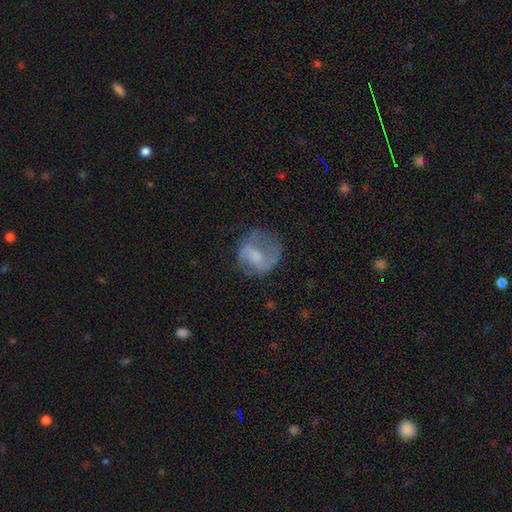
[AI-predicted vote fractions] A featured or disk galaxy (54%) with a weak bar (43%), spiral arms (70%) and a moderate central bulge (37%). Merging: none (53%).